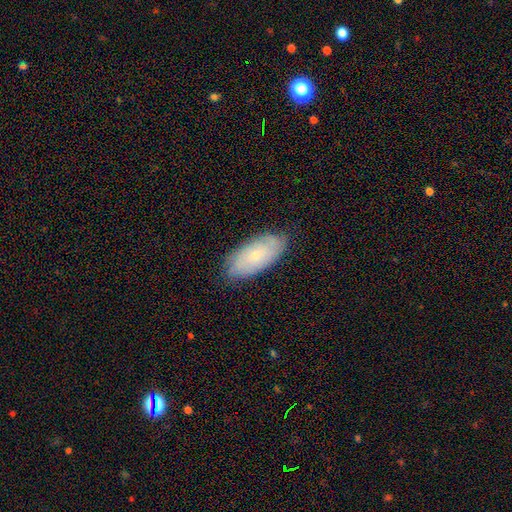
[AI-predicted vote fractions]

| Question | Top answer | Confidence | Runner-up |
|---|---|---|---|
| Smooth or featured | smooth | 52% | featured or disk (41%) |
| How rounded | in between | 90% | cigar-shaped (8%) |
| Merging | none | 82% | minor disturbance (15%) |